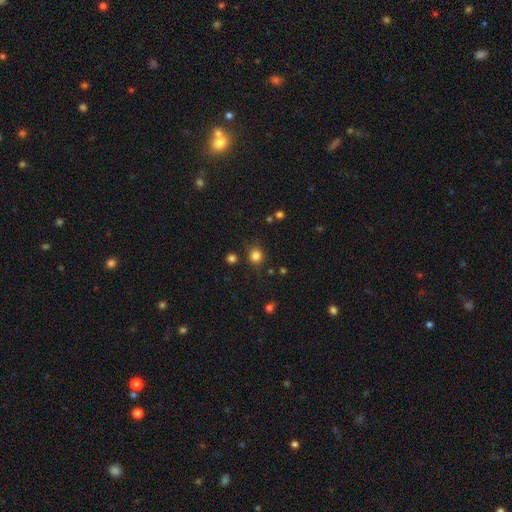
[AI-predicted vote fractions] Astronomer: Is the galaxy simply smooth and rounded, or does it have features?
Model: smooth — 82%.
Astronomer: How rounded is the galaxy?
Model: round — 85%.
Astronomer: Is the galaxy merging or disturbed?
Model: none — 82%.